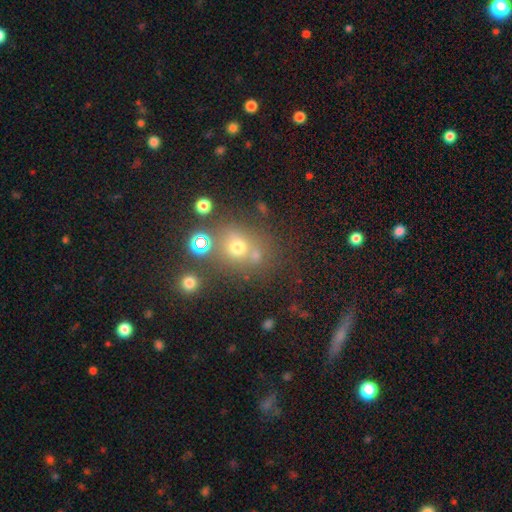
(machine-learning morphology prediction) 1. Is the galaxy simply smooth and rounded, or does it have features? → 62% smooth, 25% star or artifact, 13% featured or disk.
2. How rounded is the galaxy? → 77% round, 22% in between, 1% cigar-shaped.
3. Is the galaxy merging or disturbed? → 61% none, 21% merger, 12% minor disturbance, 6% major disturbance.